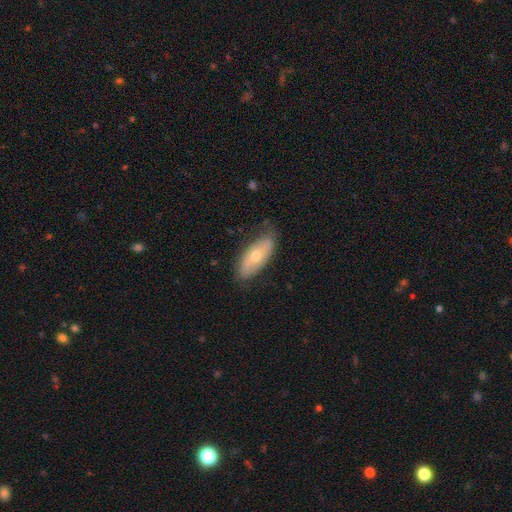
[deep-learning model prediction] Morphology: type=smooth (53%); roundness=in between (80%); merging=none (74%).